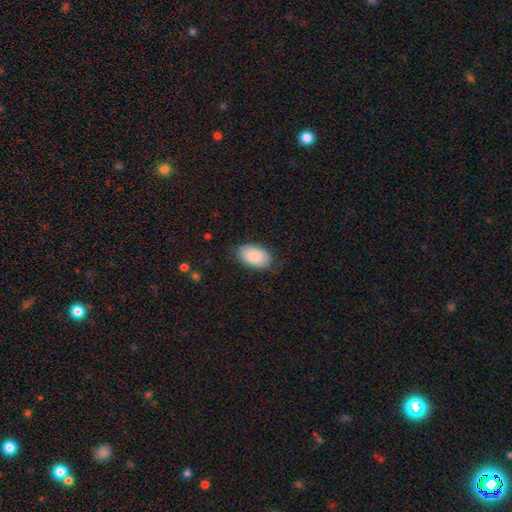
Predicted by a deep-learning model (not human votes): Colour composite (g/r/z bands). It shows a smooth galaxy with no disk features (86%) that is in between round and cigar-shaped (93%). Merging: none (75%).